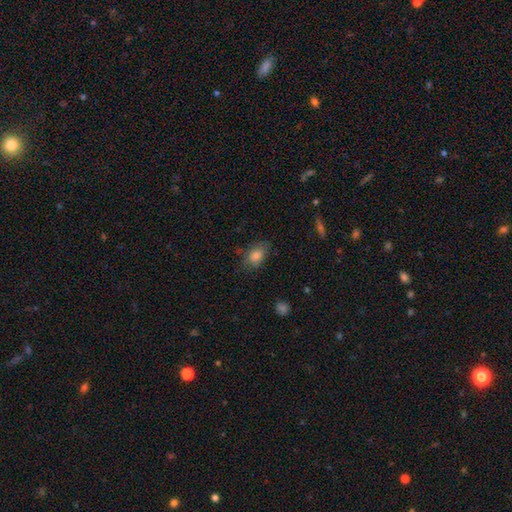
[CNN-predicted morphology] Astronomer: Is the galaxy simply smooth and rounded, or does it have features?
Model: smooth — 80%.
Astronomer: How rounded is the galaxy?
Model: in between — 83%.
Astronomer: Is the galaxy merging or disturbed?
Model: none — 72%.